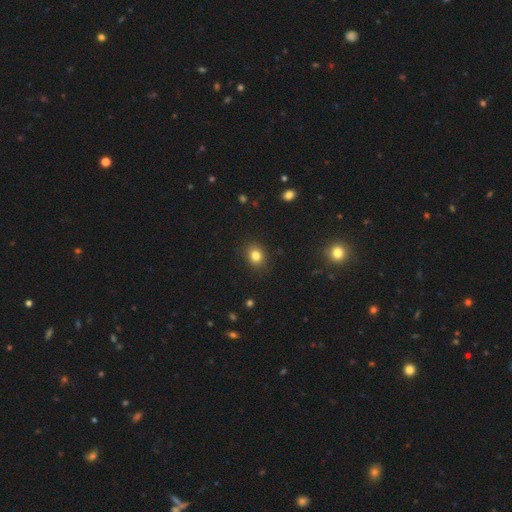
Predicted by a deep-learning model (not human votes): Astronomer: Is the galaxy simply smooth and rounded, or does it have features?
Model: smooth — 81%.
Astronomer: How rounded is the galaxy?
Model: round — 61% (runner-up: in between, 38%).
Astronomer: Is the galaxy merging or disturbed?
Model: none — 88%.